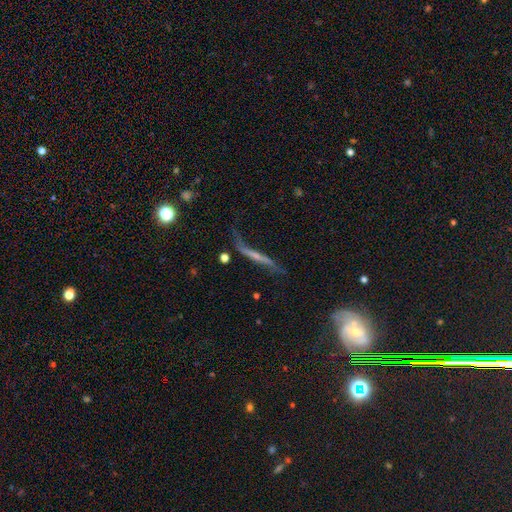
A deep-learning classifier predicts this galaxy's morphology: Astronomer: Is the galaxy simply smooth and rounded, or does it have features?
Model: featured or disk — 70%.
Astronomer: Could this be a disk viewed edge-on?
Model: yes — 60% (runner-up: no, 40%).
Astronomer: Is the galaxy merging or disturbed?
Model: none — 48% (runner-up: major disturbance, 23%).